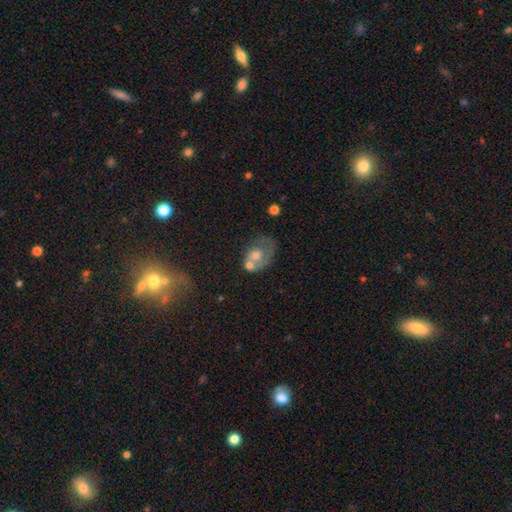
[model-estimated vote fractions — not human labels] Smooth or featured? Predicted: featured or disk (p=0.47). Merging? Predicted: none (p=0.32).